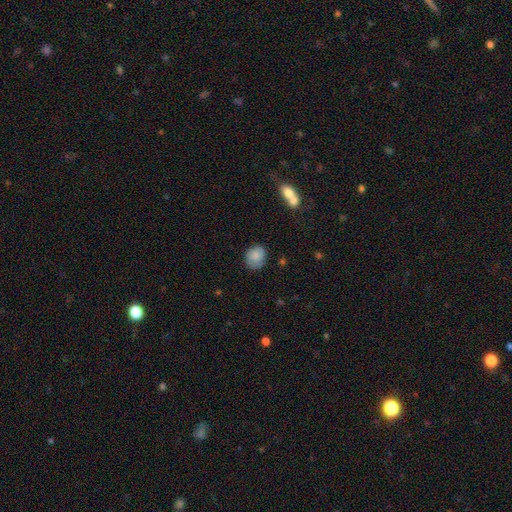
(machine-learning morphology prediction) Smooth or featured?
  - smooth: 83% *
  - featured or disk: 9%
  - star or artifact: 8%
How rounded?
  - round: 49% * (tied)
  - in between: 49% * (tied)
  - cigar-shaped: 1%
Merging?
  - none: 68% *
  - minor disturbance: 23%
  - major disturbance: 5%
  - merger: 3%